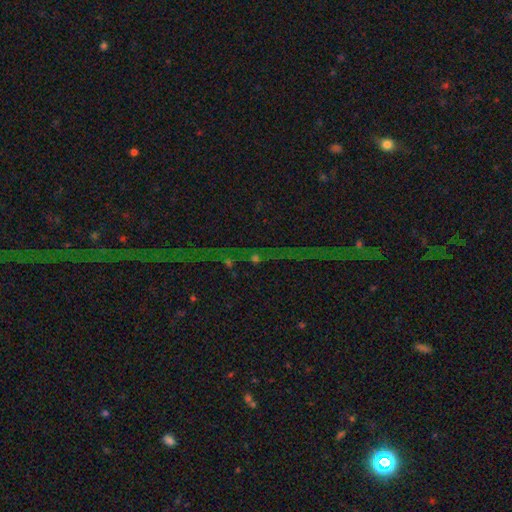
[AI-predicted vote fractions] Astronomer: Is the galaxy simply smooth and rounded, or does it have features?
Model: star or artifact — 72%.